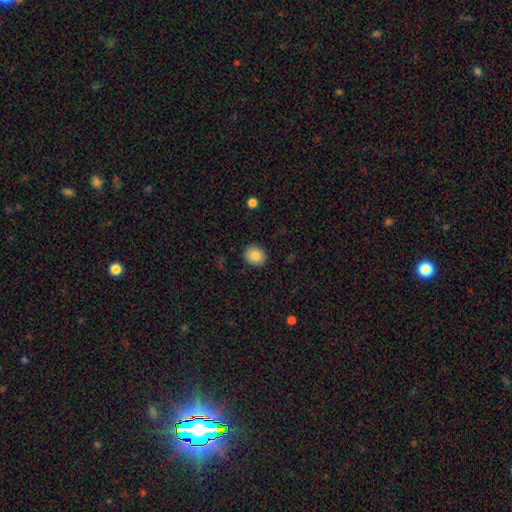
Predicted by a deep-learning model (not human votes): Smooth or featured?
  - smooth: 87% *
  - star or artifact: 9%
  - featured or disk: 4%
How rounded?
  - round: 70% *
  - in between: 29%
  - cigar-shaped: 1%
Merging?
  - none: 89% *
  - minor disturbance: 7%
  - major disturbance: 2%
  - merger: 1%